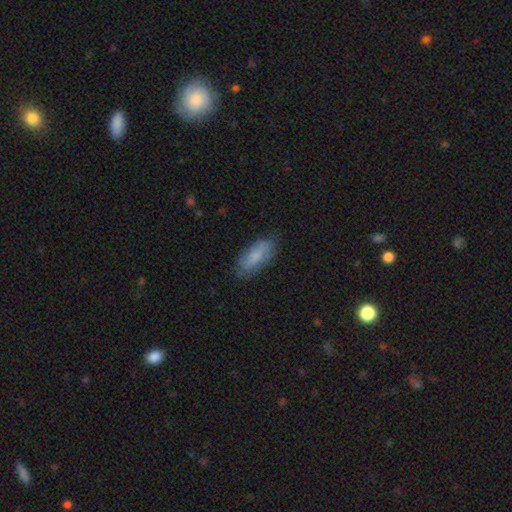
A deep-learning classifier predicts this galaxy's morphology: Overall: smooth (73%). How rounded: in between (80%). Merging: none (78%).